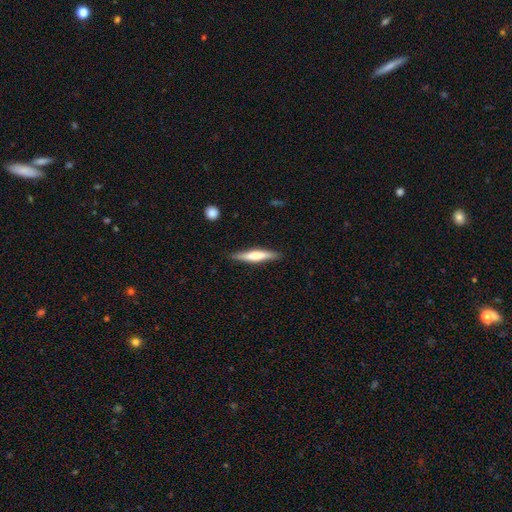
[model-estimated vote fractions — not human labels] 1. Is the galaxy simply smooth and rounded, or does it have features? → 51% smooth, 44% featured or disk, 6% star or artifact.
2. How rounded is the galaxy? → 88% cigar-shaped, 11% in between, 1% round.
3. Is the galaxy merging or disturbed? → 87% none, 9% minor disturbance, 2% major disturbance, 1% merger.